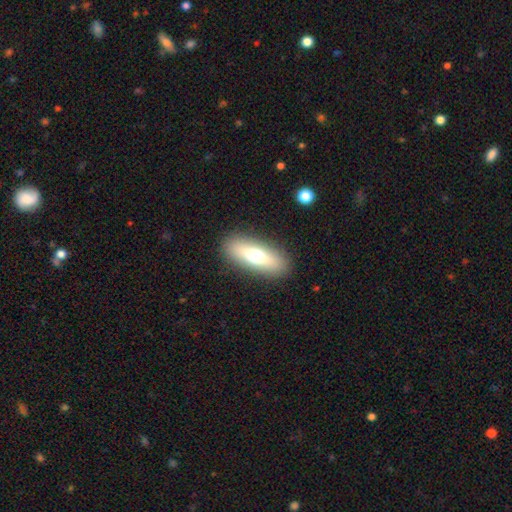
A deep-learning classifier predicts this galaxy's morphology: This appears to be a smooth galaxy with no disk features (63%) that is in between round and cigar-shaped (65%). Merging: none (89%).